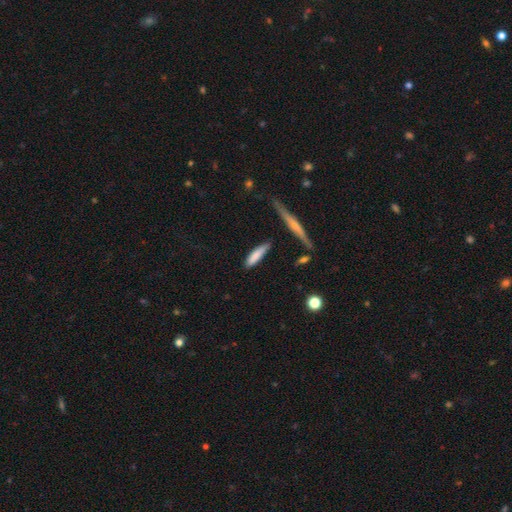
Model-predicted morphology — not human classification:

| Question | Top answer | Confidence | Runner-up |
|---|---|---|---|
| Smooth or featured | smooth | 80% | featured or disk (13%) |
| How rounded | cigar-shaped | 74% | in between (25%) |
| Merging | none | 75% | minor disturbance (18%) |